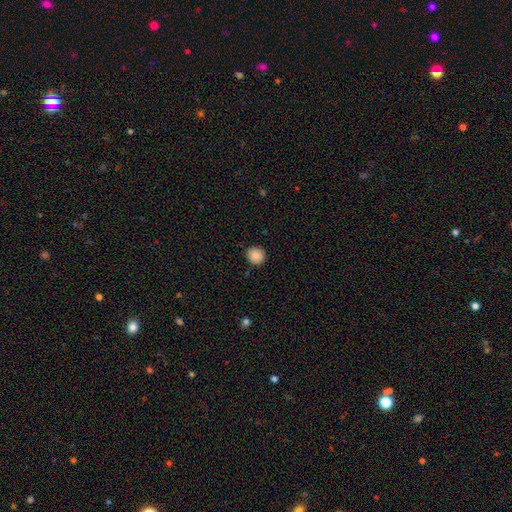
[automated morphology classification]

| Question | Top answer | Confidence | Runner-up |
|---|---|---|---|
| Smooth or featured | smooth | 88% | star or artifact (9%) |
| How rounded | round | 89% | in between (10%) |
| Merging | none | 89% | minor disturbance (8%) |